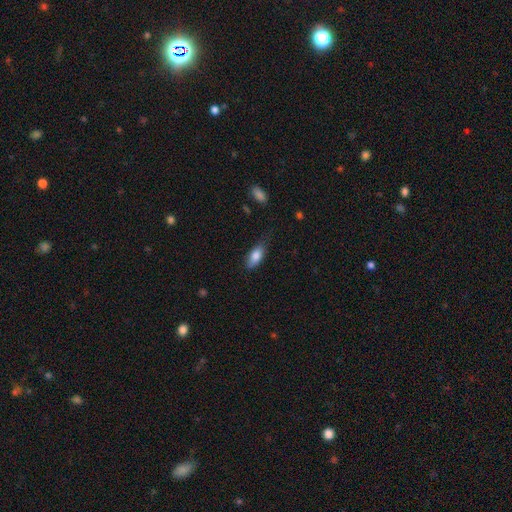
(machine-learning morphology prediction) Q: Smooth or featured?
A: smooth (81%); runner-up: featured or disk (12%)
Q: How rounded?
A: in between (80%); runner-up: cigar-shaped (17%)
Q: Merging?
A: none (65%); runner-up: minor disturbance (27%)